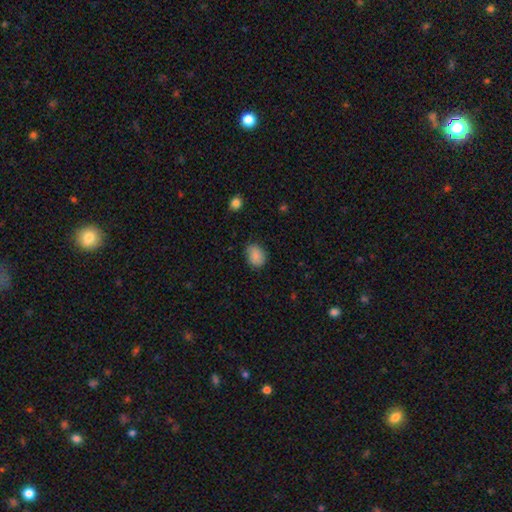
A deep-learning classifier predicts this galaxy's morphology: type=smooth (86%); roundness=in between (54%); merging=none (77%).